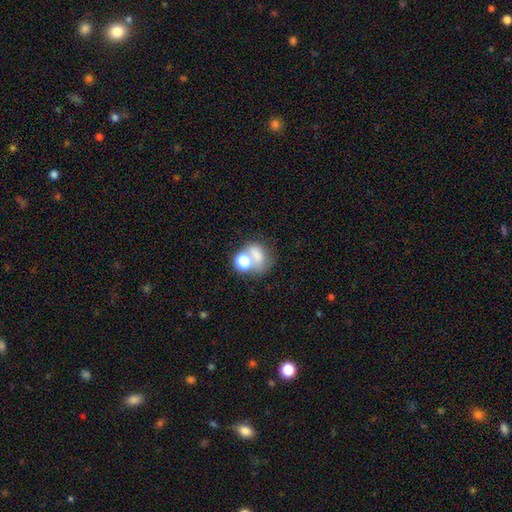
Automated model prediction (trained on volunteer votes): Smooth or featured: smooth — 64% (featured or disk — 18%)
How rounded: round — 52% (in between — 46%)
Merging: merger — 44% (none — 33%)